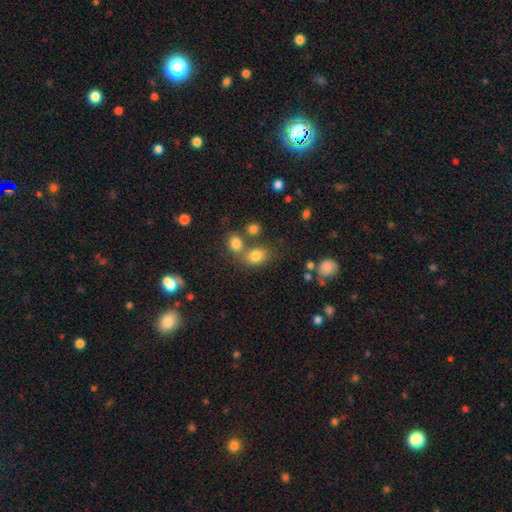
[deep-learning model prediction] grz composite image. It shows a smooth galaxy with no disk features (79%) that is in between round and cigar-shaped (60%). Merging: none (53%).